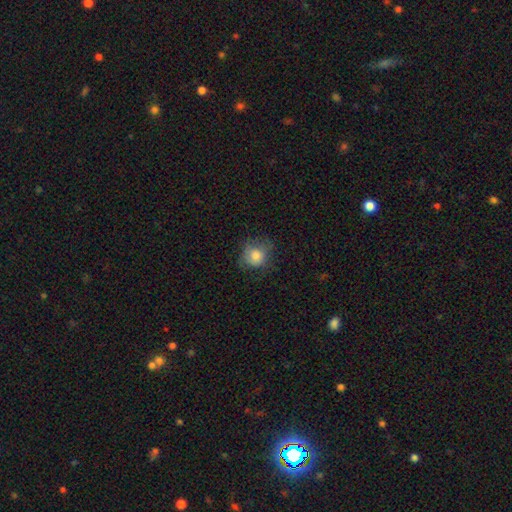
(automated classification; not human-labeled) Morphology: type=smooth (79%); roundness=round (81%); merging=none (61%).